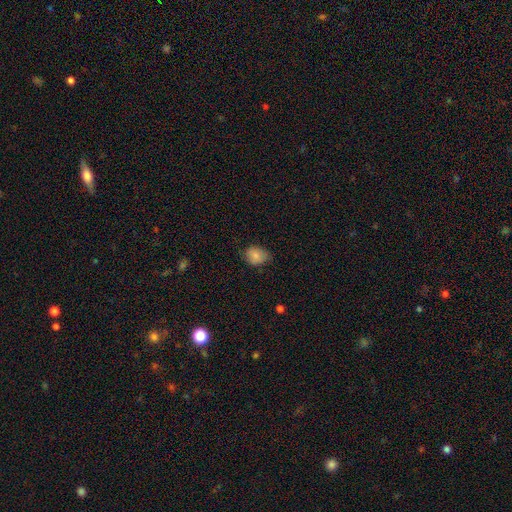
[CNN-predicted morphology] Smooth or featured: smooth — 82% (featured or disk — 9%)
How rounded: in between — 55% (round — 44%)
Merging: none — 66% (minor disturbance — 27%)